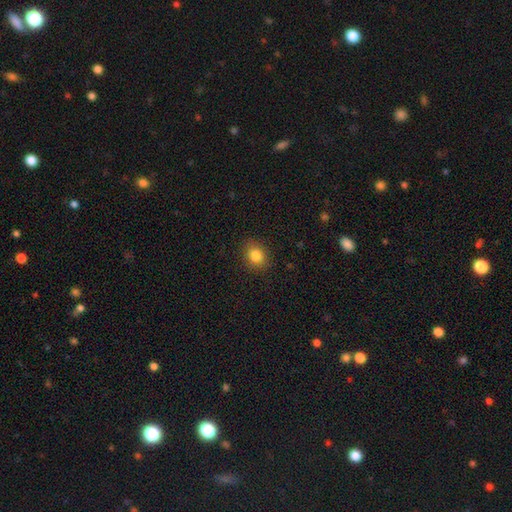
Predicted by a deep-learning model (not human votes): Overall: smooth (83%). How rounded: round (62%; in between 37%). Merging: none (89%).